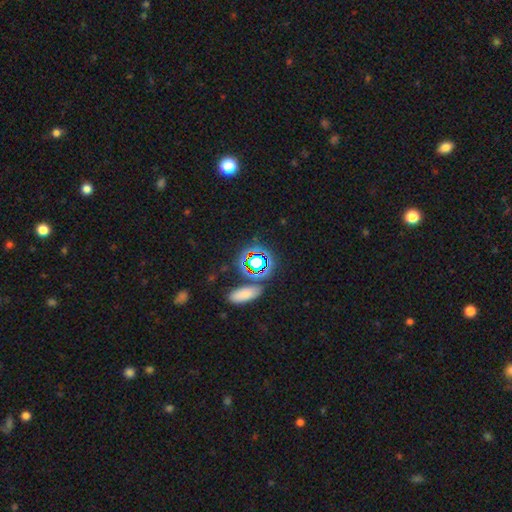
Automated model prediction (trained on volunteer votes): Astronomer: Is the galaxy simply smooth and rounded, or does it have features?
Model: star or artifact — 63%.